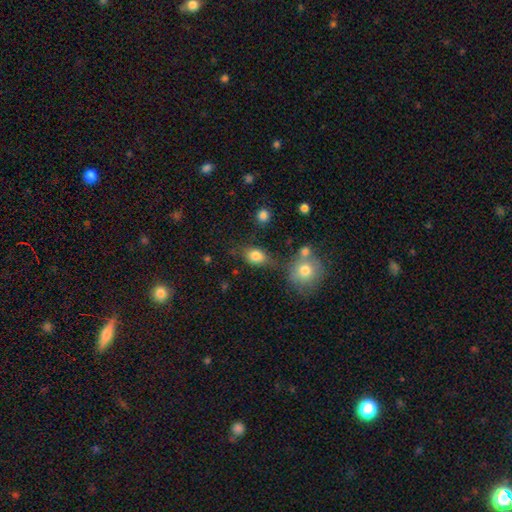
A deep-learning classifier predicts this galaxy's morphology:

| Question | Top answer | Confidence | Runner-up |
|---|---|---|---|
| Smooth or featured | smooth | 82% | star or artifact (10%) |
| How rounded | in between | 72% | round (26%) |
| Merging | none | 67% | minor disturbance (18%) |